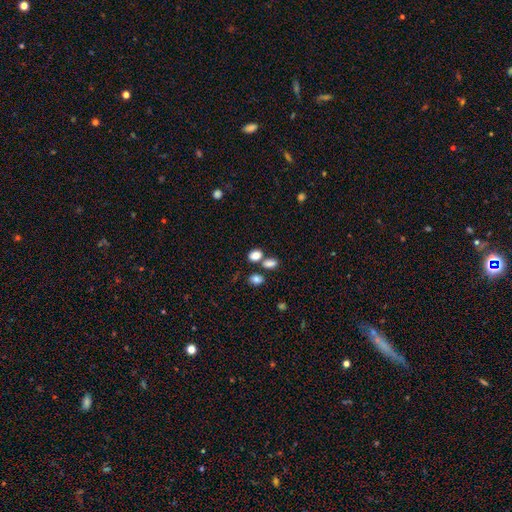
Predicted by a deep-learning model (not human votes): A smooth galaxy with no disk features (82%) that is in between round and cigar-shaped (68%). Merging: none (55%).